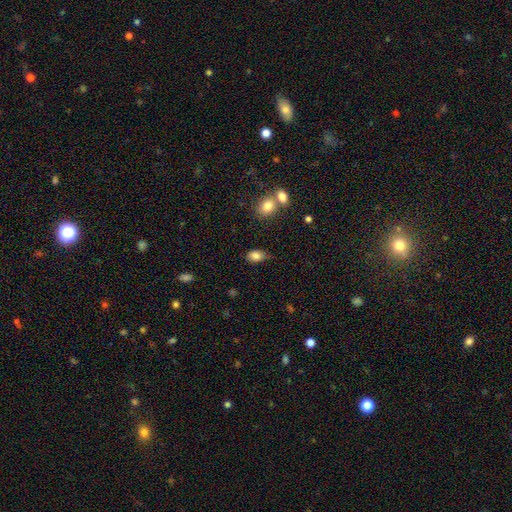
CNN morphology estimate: smooth-or-featured: smooth: 83% | star or artifact: 9% | featured or disk: 8%
  how-rounded: in between: 86% | round: 12% | cigar-shaped: 2%
  merging: none: 73% | minor disturbance: 19% | major disturbance: 4% | merger: 4%